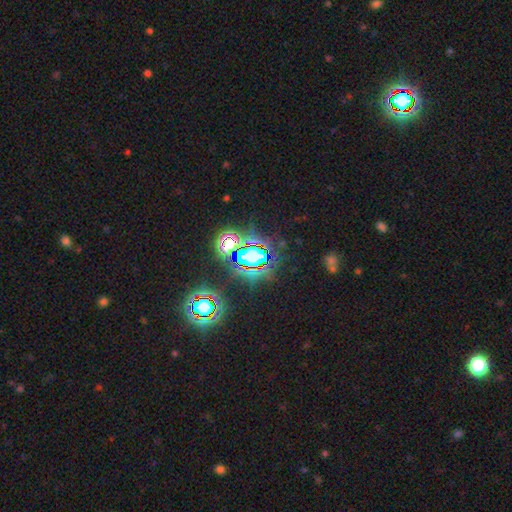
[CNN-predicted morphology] This appears to be a star or artifact, not a galaxy (83%).